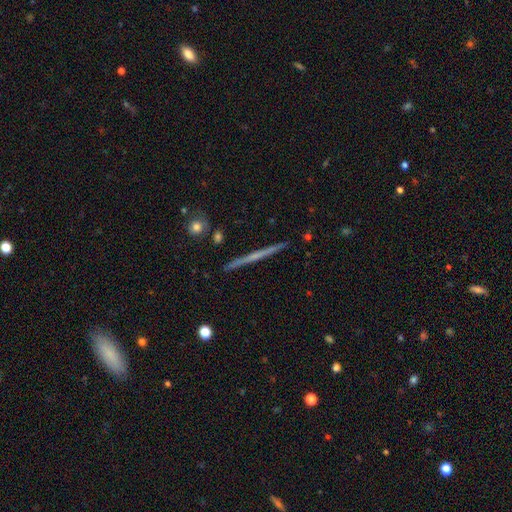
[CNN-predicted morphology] type=featured or disk (66%); edge-on=yes (98%); edge-on bulge=none (73%); merging=none (92%).